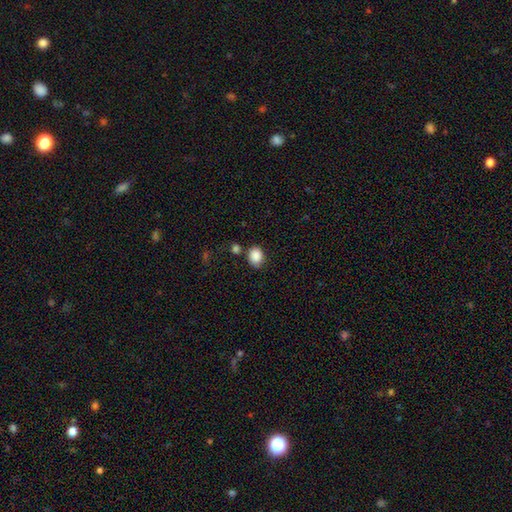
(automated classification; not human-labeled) The model was most divided on "how rounded": round: 56%, in between: 43%, cigar-shaped: 1%. More confident: smooth or featured — smooth (88%); merging — none (72%).